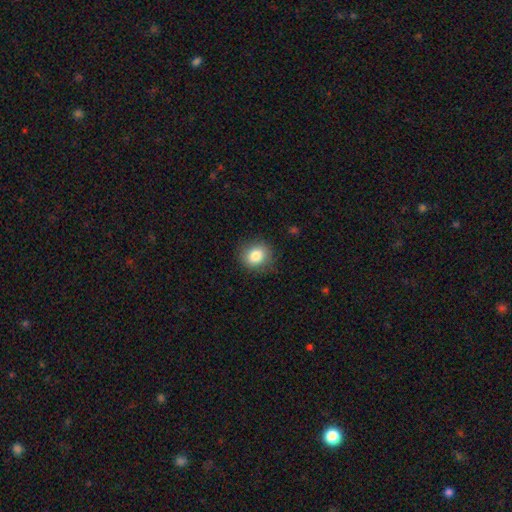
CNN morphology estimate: smooth_or_featured: smooth (p=0.83) [alt: star or artifact p=0.10]
how_rounded: round (p=0.77) [alt: in between p=0.22]
merging: none (p=0.86) [alt: minor disturbance p=0.11]